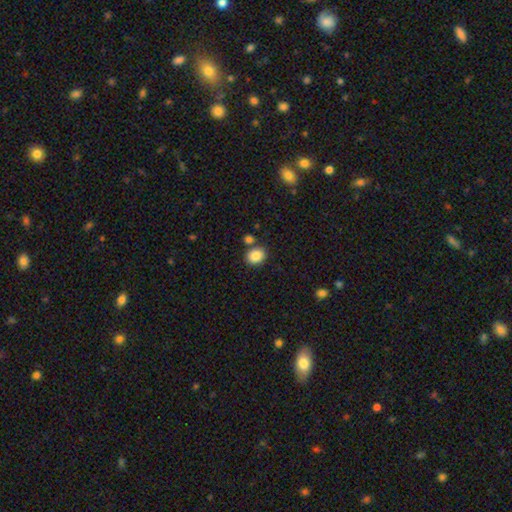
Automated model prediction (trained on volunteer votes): A smooth galaxy with no disk features (86%) that is round (56%). Merging: none (74%).